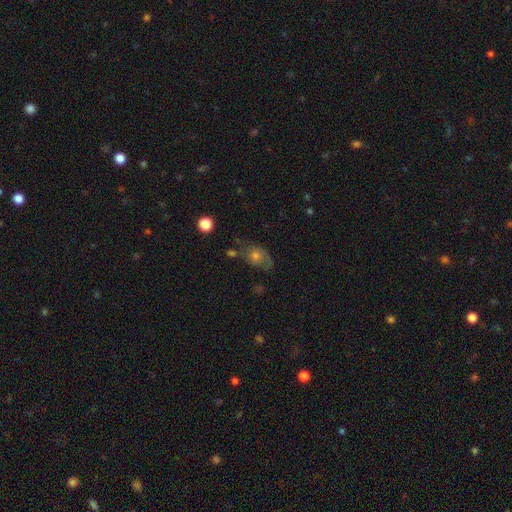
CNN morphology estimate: Smooth or featured? smooth (46%)
Merging? none (53%)